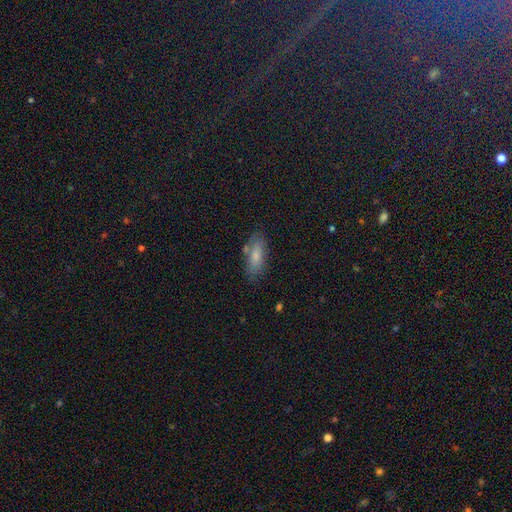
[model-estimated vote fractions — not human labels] Smooth or featured: smooth — 76% (featured or disk — 16%)
How rounded: in between — 73% (cigar-shaped — 24%)
Merging: none — 75% (minor disturbance — 16%)